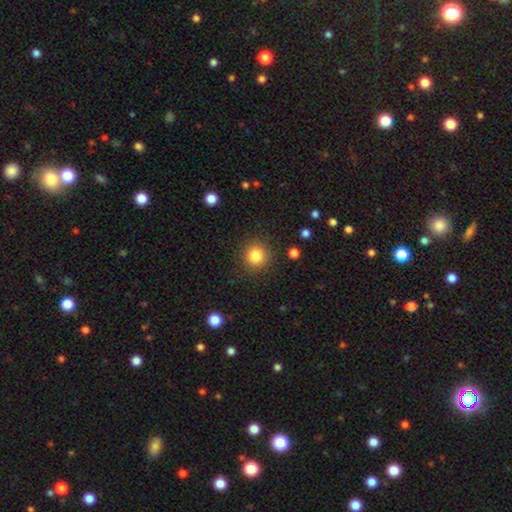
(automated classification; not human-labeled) smooth 83%, star or artifact 11%, featured or disk 6%. Down the decision tree: how rounded — round (92%); merging — none (88%).